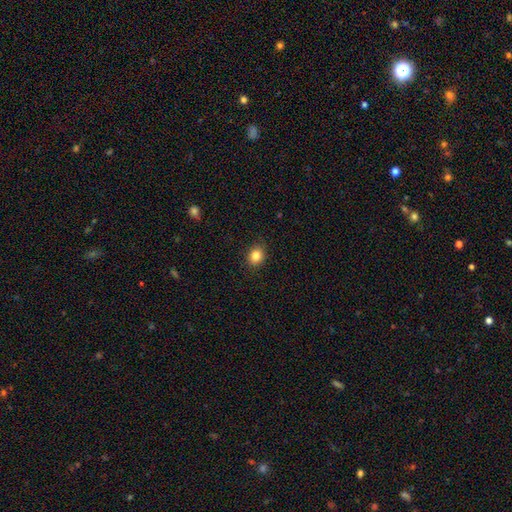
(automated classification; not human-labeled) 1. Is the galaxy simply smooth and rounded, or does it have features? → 83% smooth, 11% star or artifact, 6% featured or disk.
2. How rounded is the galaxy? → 64% round, 35% in between, 1% cigar-shaped.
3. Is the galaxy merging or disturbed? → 87% none, 9% minor disturbance, 2% major disturbance, 1% merger.